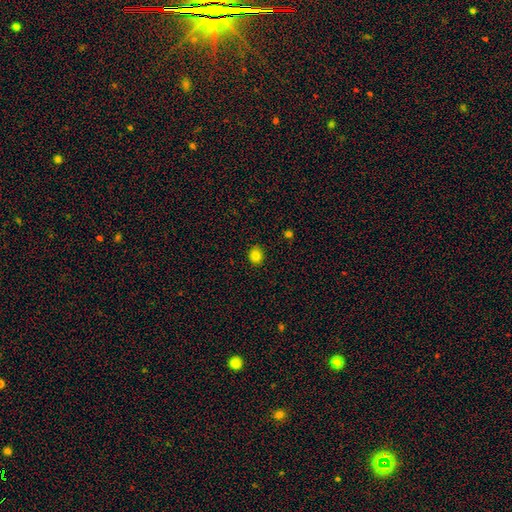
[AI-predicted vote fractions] Morphology: type=smooth (83%); roundness=round (71%); merging=none (90%).